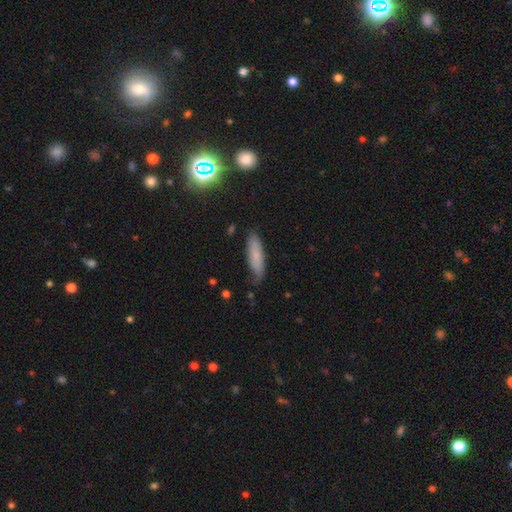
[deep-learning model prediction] A smooth galaxy with no disk features (72%) that is cigar-shaped (67%). Merging: none (72%).